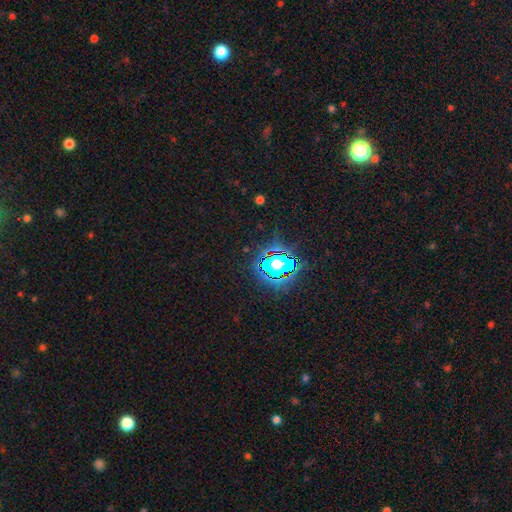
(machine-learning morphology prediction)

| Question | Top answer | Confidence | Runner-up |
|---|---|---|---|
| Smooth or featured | star or artifact | 81% | smooth (12%) |